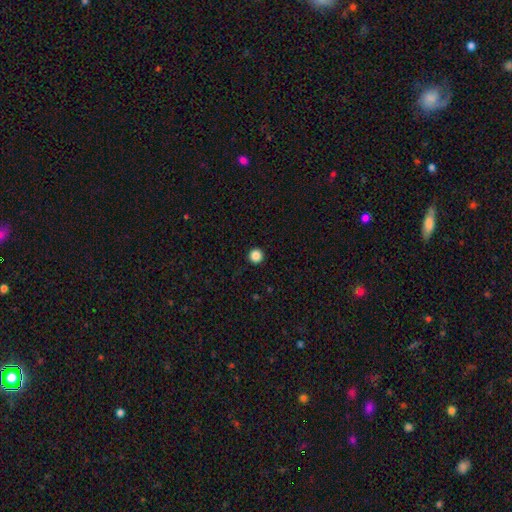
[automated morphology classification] smooth 87%, star or artifact 10%, featured or disk 2%. Down the decision tree: how rounded — round (97%); merging — none (94%).